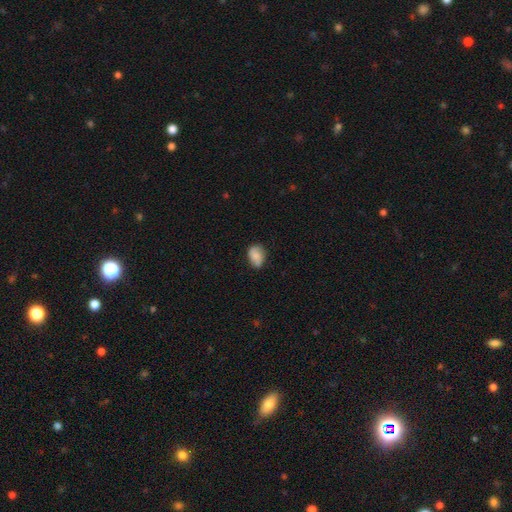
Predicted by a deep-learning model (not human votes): smooth 79%, featured or disk 13%, star or artifact 8%. Down the decision tree: how rounded — in between (78%); merging — none (69%).